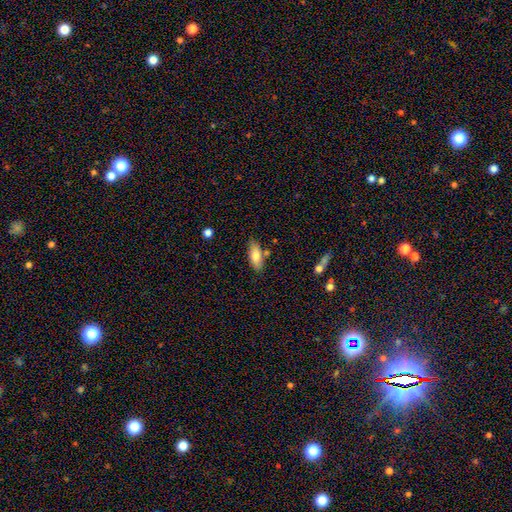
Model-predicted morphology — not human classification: type=smooth (77%); roundness=in between (80%); merging=none (77%).